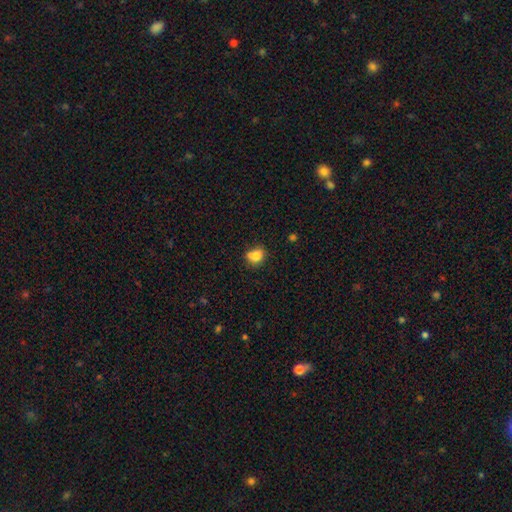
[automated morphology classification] Smooth or featured? smooth (77%)
How rounded? round (63%)
Merging? none (46%)